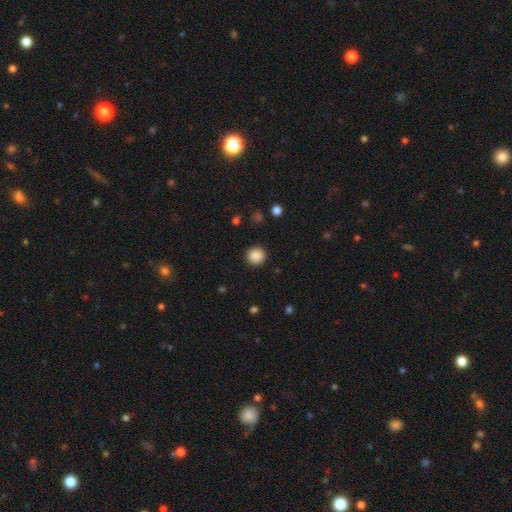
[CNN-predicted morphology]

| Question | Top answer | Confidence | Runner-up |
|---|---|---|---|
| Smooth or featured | smooth | 88% | star or artifact (10%) |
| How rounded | round | 91% | in between (8%) |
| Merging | none | 91% | minor disturbance (6%) |